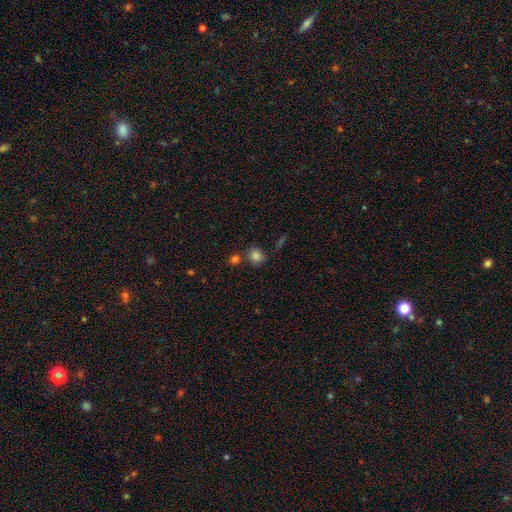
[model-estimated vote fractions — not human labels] A smooth galaxy with no disk features (82%) that is round (83%).

Vote fractions:
- Smooth or featured? smooth: 82% / star or artifact: 12% / featured or disk: 6%
- How rounded? round: 83% / in between: 16% / cigar-shaped: 1%
- Merging? none: 72% / merger: 15% / minor disturbance: 10% / major disturbance: 3%